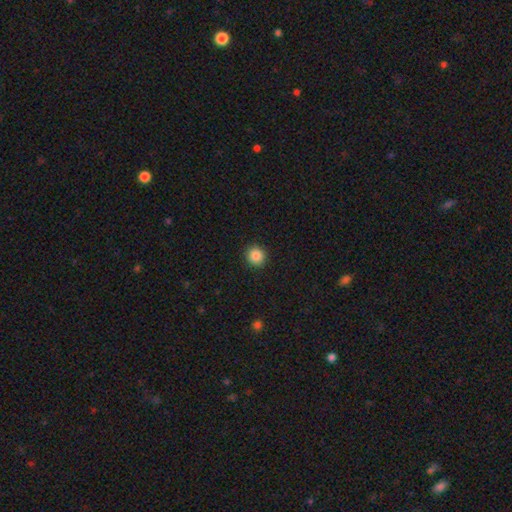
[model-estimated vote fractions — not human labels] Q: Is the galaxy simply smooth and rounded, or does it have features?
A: smooth — 87%.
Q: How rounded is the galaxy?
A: round — 92%.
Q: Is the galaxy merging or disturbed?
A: none — 92%.